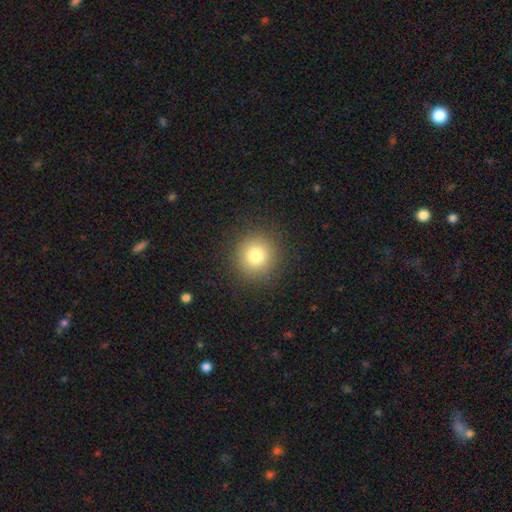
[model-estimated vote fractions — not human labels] Smooth or featured: smooth — 79% (star or artifact — 13%)
How rounded: round — 93% (in between — 6%)
Merging: none — 90% (minor disturbance — 6%)